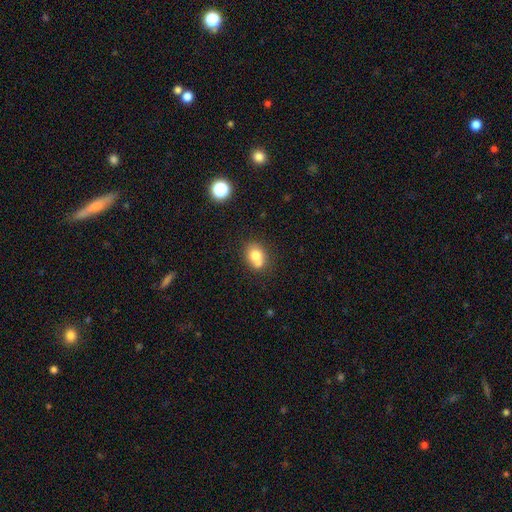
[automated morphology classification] Q: Smooth or featured?
A: smooth (74%); runner-up: featured or disk (15%)
Q: How rounded?
A: round (54%); runner-up: in between (45%)
Q: Merging?
A: none (48%); runner-up: merger (34%)